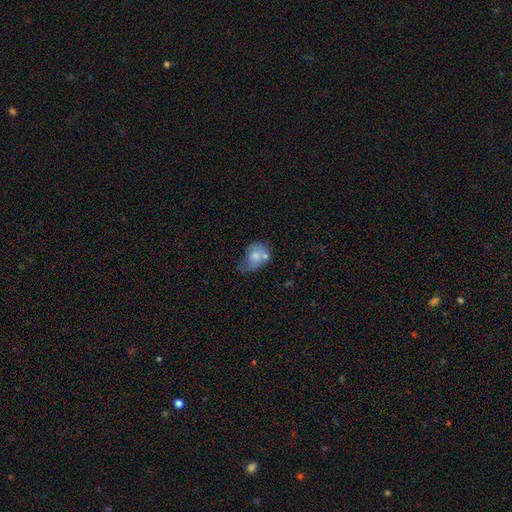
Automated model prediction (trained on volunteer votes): smooth_or_featured: smooth (p=0.65) [alt: featured or disk p=0.27]
how_rounded: in between (p=0.61) [alt: round p=0.38]
merging: minor disturbance (p=0.28) [alt: none p=0.25]